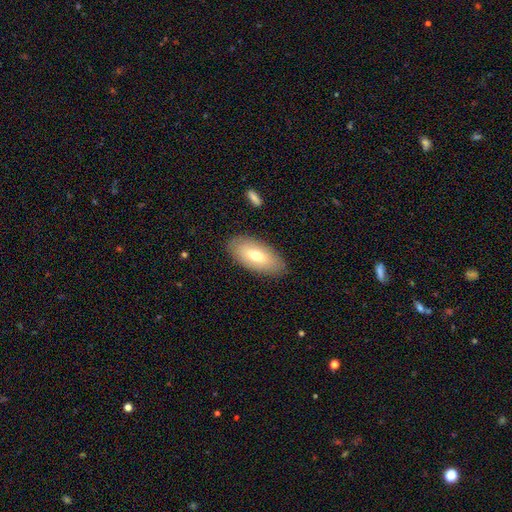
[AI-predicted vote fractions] Smooth or featured? smooth (66%)
How rounded? in between (89%)
Merging? none (86%)